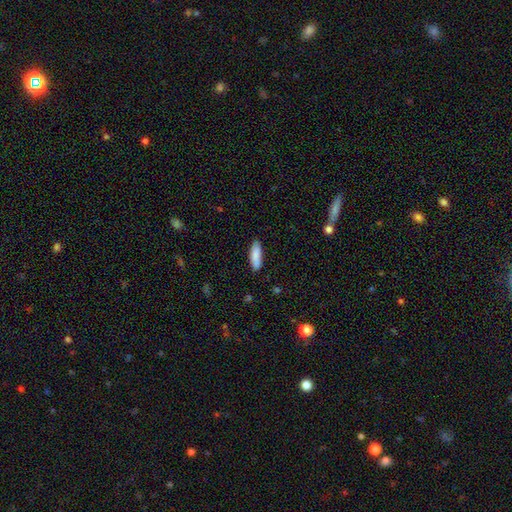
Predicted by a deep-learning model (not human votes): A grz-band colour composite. It shows a smooth galaxy with no disk features (87%) that is in between round and cigar-shaped (52%). Merging: none (86%).